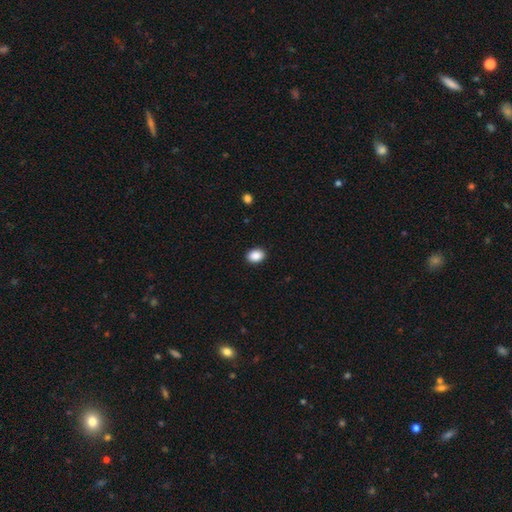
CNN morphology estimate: Smooth or featured: smooth — 89% (star or artifact — 8%)
How rounded: in between — 65% (round — 34%)
Merging: none — 91% (minor disturbance — 6%)